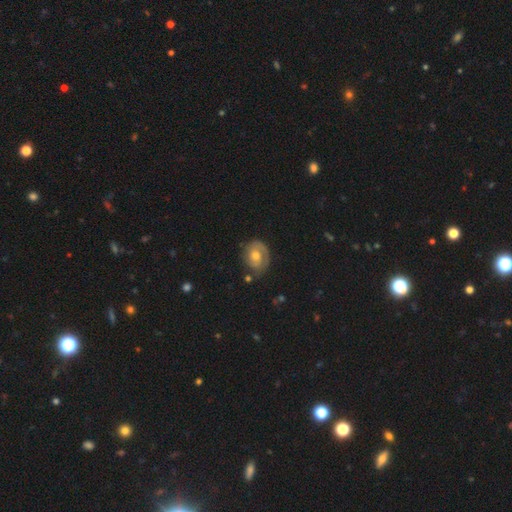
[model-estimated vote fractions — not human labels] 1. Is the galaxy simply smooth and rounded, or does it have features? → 68% featured or disk, 25% smooth, 7% star or artifact.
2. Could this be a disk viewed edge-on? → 97% no, 3% yes.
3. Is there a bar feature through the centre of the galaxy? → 68% no, 27% weak, 5% strong.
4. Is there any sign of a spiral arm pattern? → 85% yes, 15% no.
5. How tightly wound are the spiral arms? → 59% tight, 29% medium, 12% loose.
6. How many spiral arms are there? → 49% 1, 33% 2, 14% can't tell, 2% 3, 1% 4, 1% more than 4.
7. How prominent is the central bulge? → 69% moderate, 22% small, 6% large, 2% none, 1% dominant.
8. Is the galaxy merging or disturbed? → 69% none, 20% minor disturbance, 8% major disturbance, 3% merger.